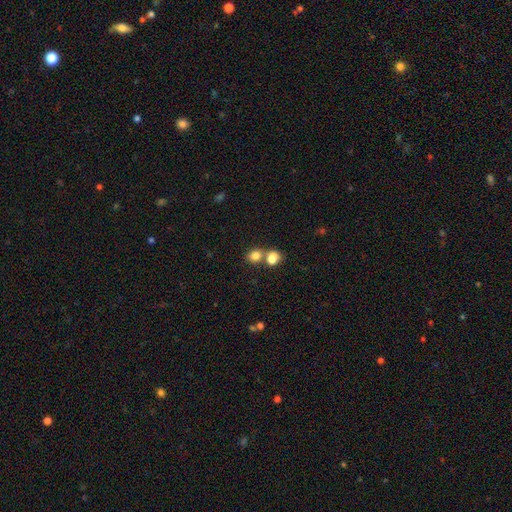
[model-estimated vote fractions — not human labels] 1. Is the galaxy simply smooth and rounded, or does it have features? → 81% smooth, 11% star or artifact, 9% featured or disk.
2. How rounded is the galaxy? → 60% round, 39% in between, 1% cigar-shaped.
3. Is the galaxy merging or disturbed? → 50% merger, 39% none, 7% minor disturbance, 3% major disturbance.